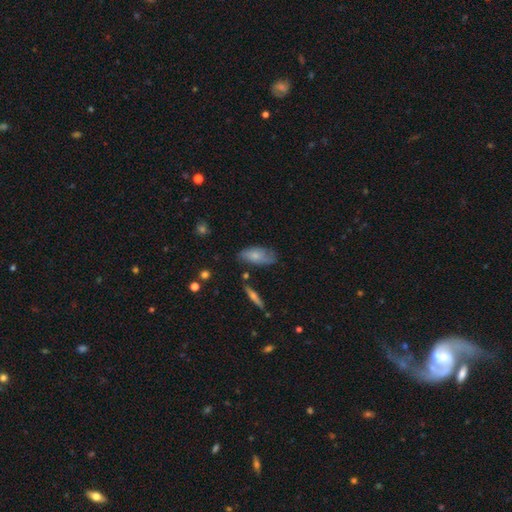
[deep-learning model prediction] Q: Smooth or featured?
A: smooth (64%); runner-up: featured or disk (29%)
Q: How rounded?
A: in between (87%); runner-up: cigar-shaped (10%)
Q: Merging?
A: none (62%); runner-up: minor disturbance (28%)